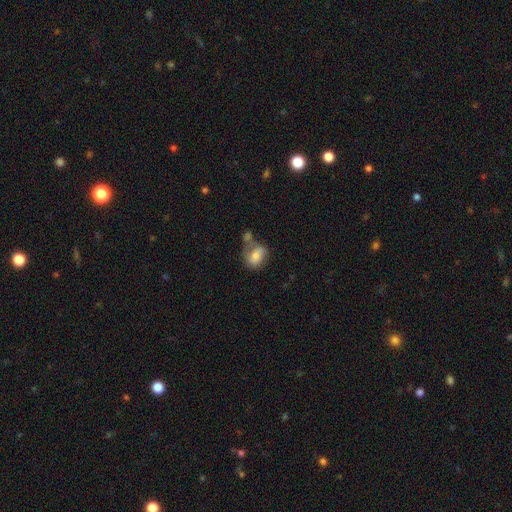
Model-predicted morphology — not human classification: A smooth galaxy with no disk features (71%) that is in between round and cigar-shaped (67%).

Vote fractions:
- Smooth or featured? smooth: 71% / featured or disk: 21% / star or artifact: 8%
- How rounded? in between: 67% / round: 31% / cigar-shaped: 1%
- Merging? none: 35% / merger: 34% / minor disturbance: 20% / major disturbance: 11%